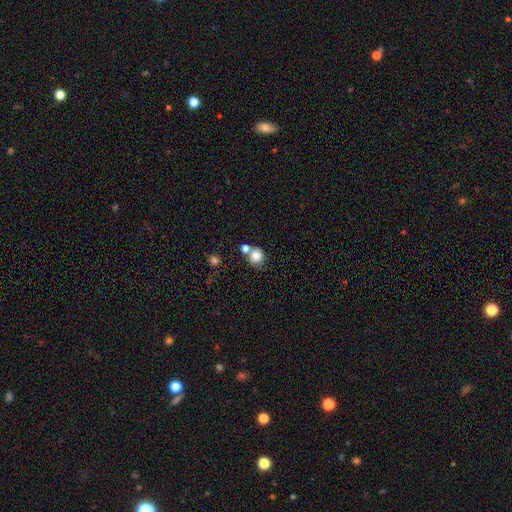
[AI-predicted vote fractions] smooth-or-featured: smooth: 79% | star or artifact: 11% | featured or disk: 10%
  how-rounded: round: 82% | in between: 17% | cigar-shaped: 1%
  merging: none: 55% | merger: 29% | minor disturbance: 12% | major disturbance: 5%